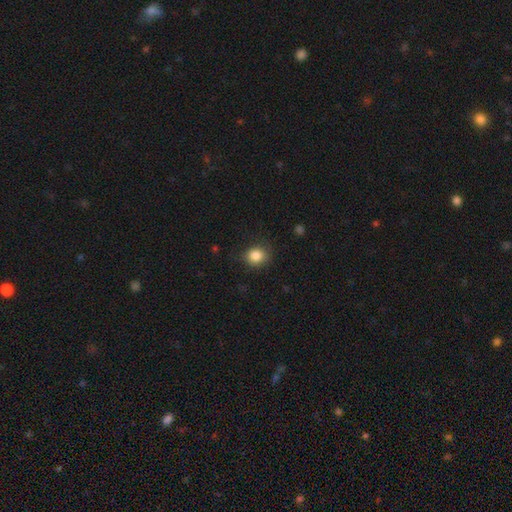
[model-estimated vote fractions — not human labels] Smooth or featured? smooth (85%)
How rounded? round (72%)
Merging? none (79%)